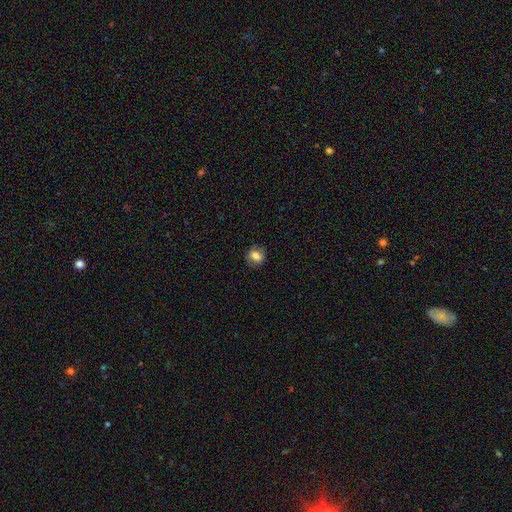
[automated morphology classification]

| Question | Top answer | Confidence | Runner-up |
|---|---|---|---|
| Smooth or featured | smooth | 73% | featured or disk (17%) |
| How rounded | round | 64% | in between (35%) |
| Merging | none | 82% | minor disturbance (13%) |